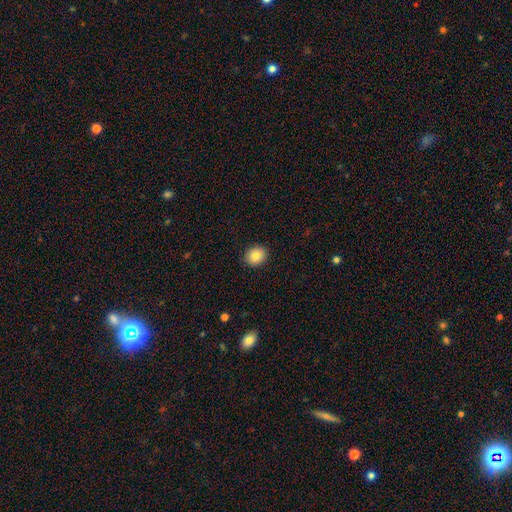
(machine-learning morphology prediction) Smooth or featured? Predicted: smooth (p=0.84). How rounded? Predicted: round (p=0.67). Merging? Predicted: none (p=0.90).